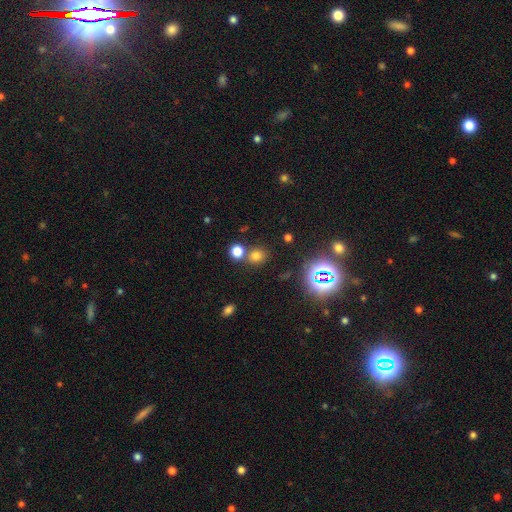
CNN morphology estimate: This appears to be a smooth galaxy with no disk features (66%) that is round (78%). Merging: none (66%).